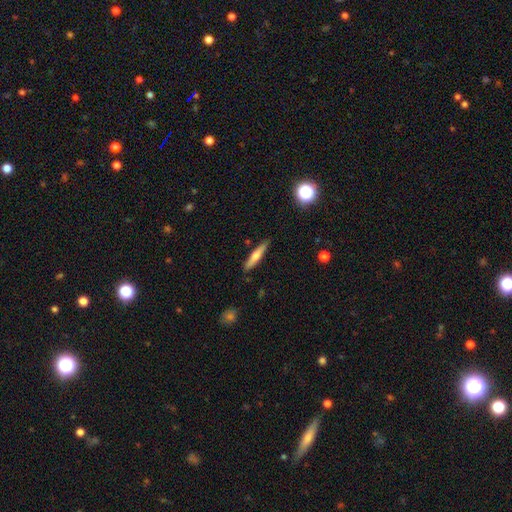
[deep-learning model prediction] Smooth or featured?
  - smooth: 57% *
  - featured or disk: 36%
  - star or artifact: 7%
How rounded?
  - cigar-shaped: 89% *
  - in between: 9%
  - round: 2%
Merging?
  - none: 86% *
  - minor disturbance: 10%
  - major disturbance: 2%
  - merger: 2%